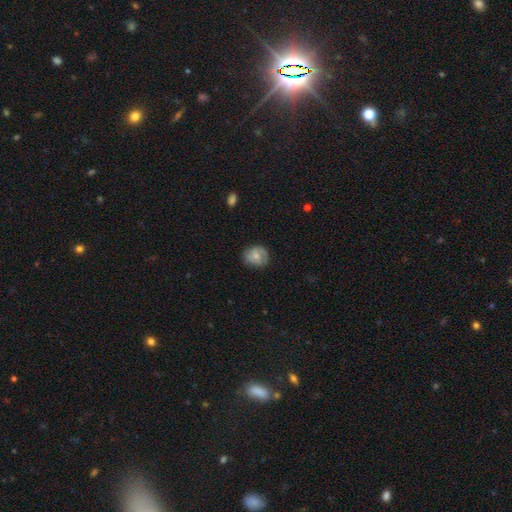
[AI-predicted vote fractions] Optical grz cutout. It shows a smooth galaxy with no disk features (59%) that is round (71%). Merging: none (69%).